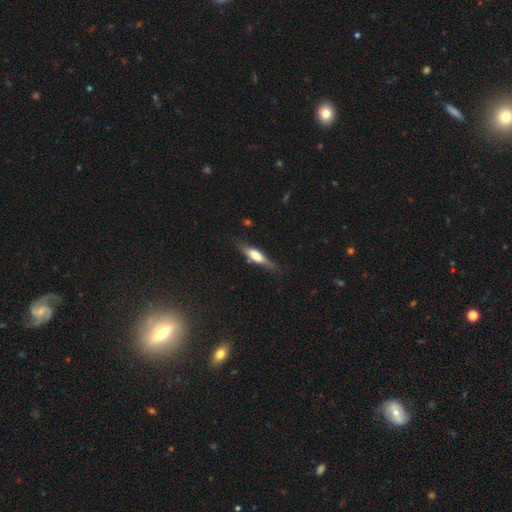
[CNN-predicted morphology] featured or disk 51%, smooth 42%, star or artifact 7%. Down the decision tree: edge-on disk — yes (89%); merging — none (72%).